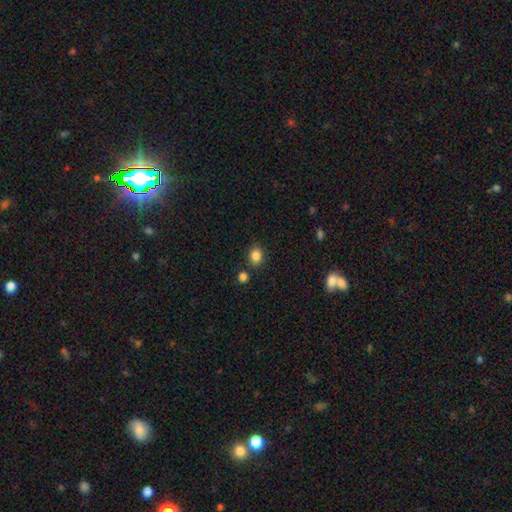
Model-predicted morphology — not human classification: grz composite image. It shows a smooth galaxy with no disk features (86%) that is round (54%). Merging: none (80%).